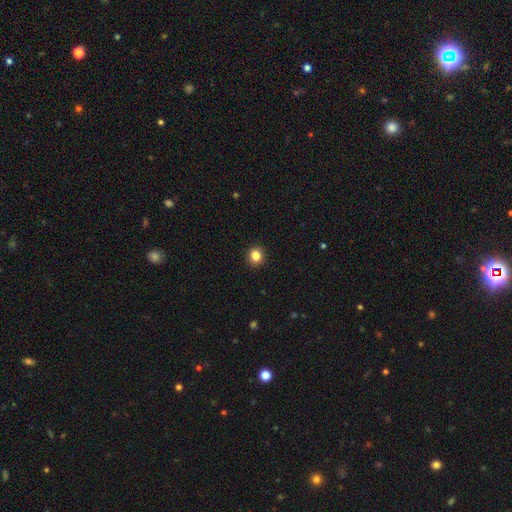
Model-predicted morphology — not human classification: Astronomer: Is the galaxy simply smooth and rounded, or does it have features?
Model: smooth — 84%.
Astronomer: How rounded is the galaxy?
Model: round — 84%.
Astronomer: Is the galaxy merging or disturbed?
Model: none — 92%.